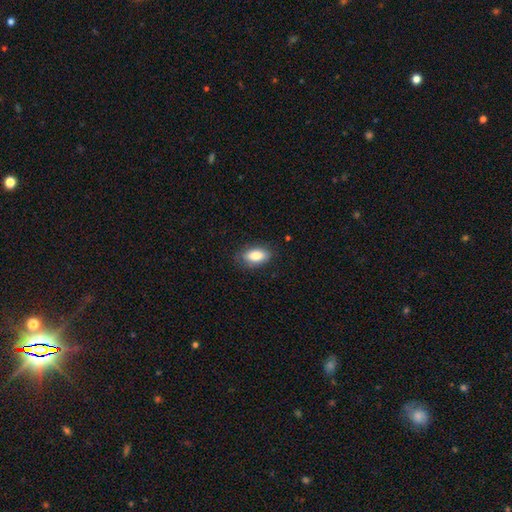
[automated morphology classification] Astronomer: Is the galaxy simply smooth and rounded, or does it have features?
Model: smooth — 83%.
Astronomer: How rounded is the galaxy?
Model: in between — 91%.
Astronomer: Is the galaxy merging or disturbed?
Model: none — 83%.